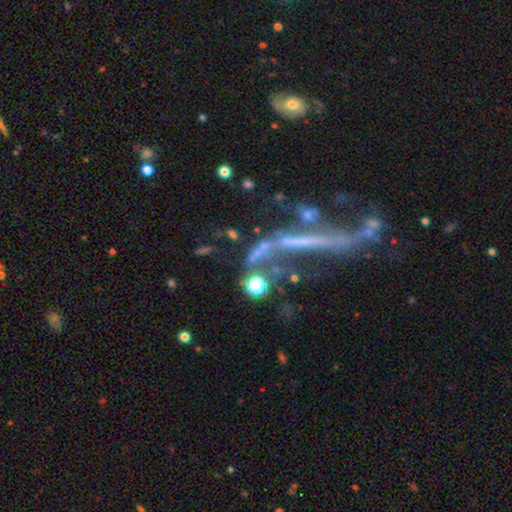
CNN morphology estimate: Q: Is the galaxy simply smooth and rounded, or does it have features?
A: smooth — 37%.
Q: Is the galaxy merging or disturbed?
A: none — 40%.